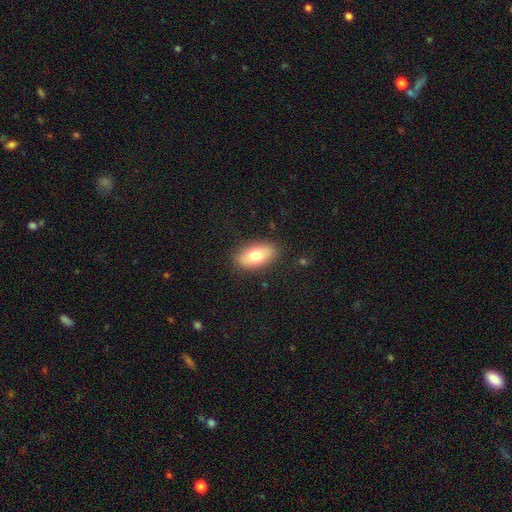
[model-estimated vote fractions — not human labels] smooth_or_featured: smooth (p=0.74) [alt: featured or disk p=0.19]
how_rounded: in between (p=0.91) [alt: round p=0.06]
merging: none (p=0.85) [alt: minor disturbance p=0.11]